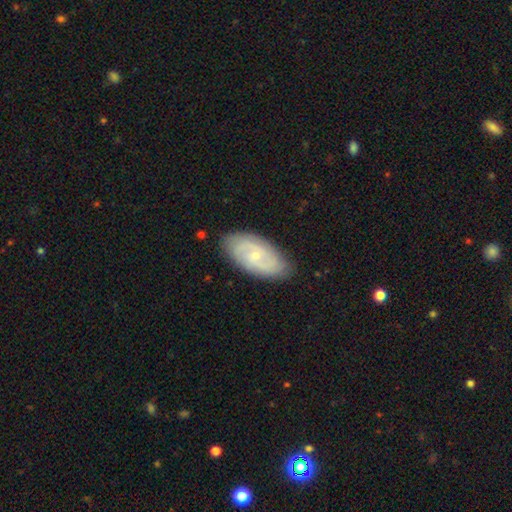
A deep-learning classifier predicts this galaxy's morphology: Smooth or featured?
  - featured or disk: 70% *
  - smooth: 24%
  - star or artifact: 6%
Edge-on disk?
  - no: 94% *
  - yes: 6%
Bar?
  - no: 62% *
  - weak: 32%
  - strong: 5%
Spiral arms?
  - yes: 90% *
  - no: 10%
Spiral winding?
  - tight: 45% *
  - medium: 40%
  - loose: 15%
Spiral arm count?
  - 2: 60% *
  - can't tell: 22%
  - 3: 9%
  - 4: 3%
  - 1: 3%
  - more than 4: 3%
Bulge size?
  - small: 79% *
  - moderate: 17%
  - none: 2%
  - large: 1%
  - dominant: 1%
Merging?
  - none: 84% *
  - minor disturbance: 12%
  - major disturbance: 2%
  - merger: 1%